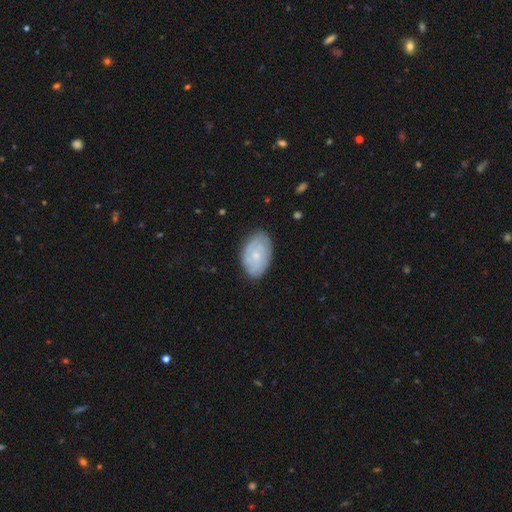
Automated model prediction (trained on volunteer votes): Q: Smooth or featured?
A: featured or disk (59%); runner-up: smooth (34%)
Q: Edge-on disk?
A: no (96%); runner-up: yes (4%)
Q: Bar?
A: no (77%); runner-up: weak (20%)
Q: Spiral arms?
A: yes (81%); runner-up: no (19%)
Q: Bulge size?
A: small (60%); runner-up: moderate (34%)
Q: Merging?
A: none (79%); runner-up: minor disturbance (16%)